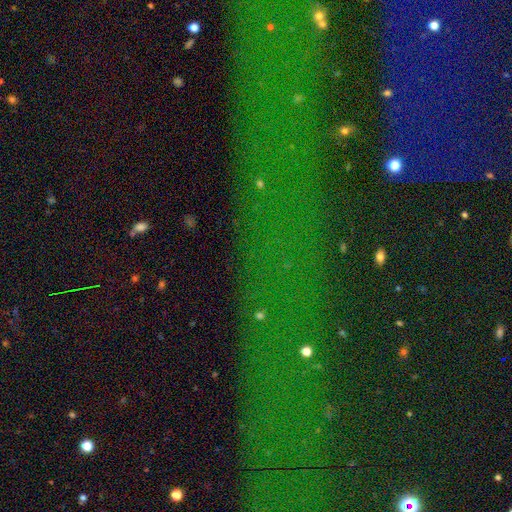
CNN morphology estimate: Smooth or featured?
  - star or artifact: 79% *
  - smooth: 11%
  - featured or disk: 10%